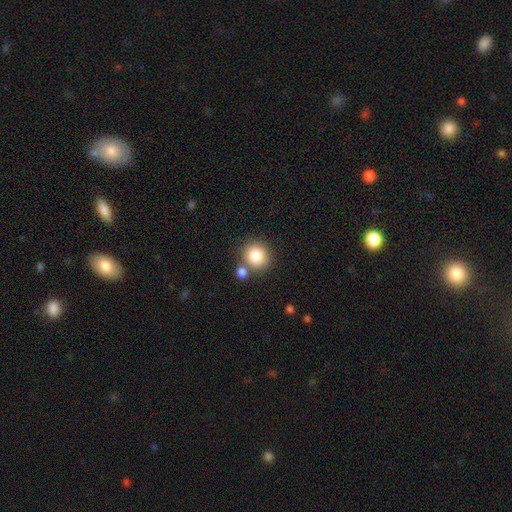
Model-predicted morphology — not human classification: Smooth or featured? Predicted: smooth (p=0.83). How rounded? Predicted: round (p=0.86). Merging? Predicted: none (p=0.68).